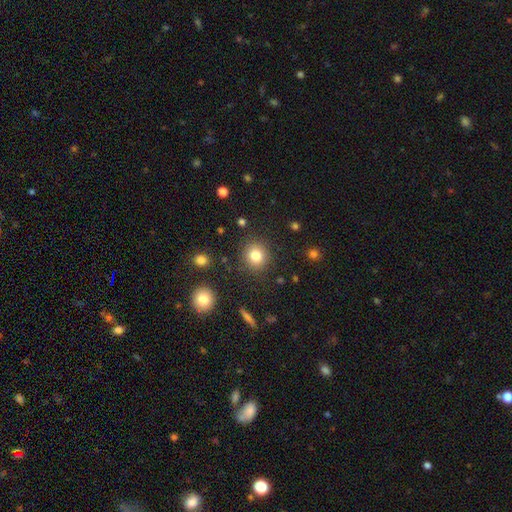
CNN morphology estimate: Q: Smooth or featured?
A: smooth (81%); runner-up: star or artifact (12%)
Q: How rounded?
A: round (88%); runner-up: in between (11%)
Q: Merging?
A: none (88%); runner-up: minor disturbance (7%)